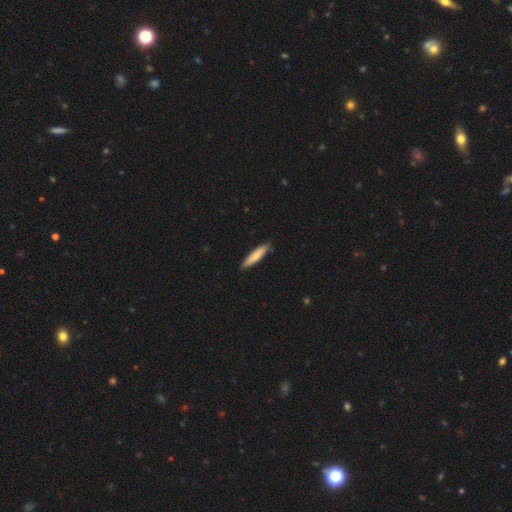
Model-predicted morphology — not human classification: A smooth galaxy with no disk features (79%) that is cigar-shaped (85%).

Vote fractions:
- Smooth or featured? smooth: 79% / featured or disk: 16% / star or artifact: 5%
- How rounded? cigar-shaped: 85% / in between: 14% / round: 1%
- Merging? none: 88% / minor disturbance: 10% / major disturbance: 1% / merger: 1%